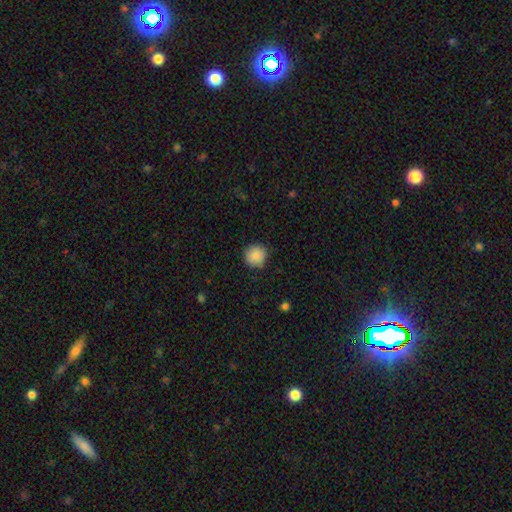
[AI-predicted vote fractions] This appears to be a smooth galaxy with no disk features (87%) that is round (94%). Merging: none (86%).